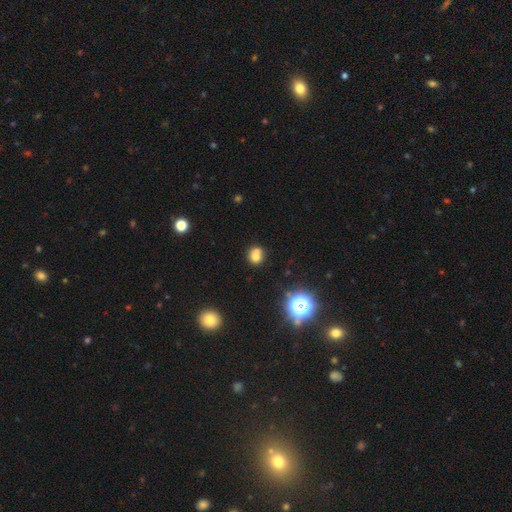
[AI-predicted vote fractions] Smooth or featured? smooth (71%)
How rounded? round (82%)
Merging? none (52%)